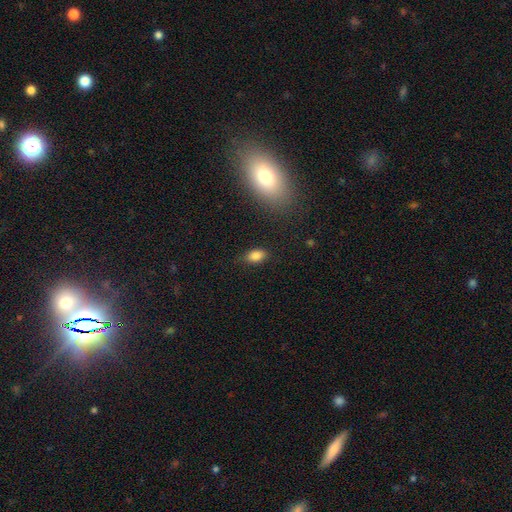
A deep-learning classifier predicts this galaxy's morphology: A smooth galaxy with no disk features (85%) that is in between round and cigar-shaped (88%). Merging: none (79%).